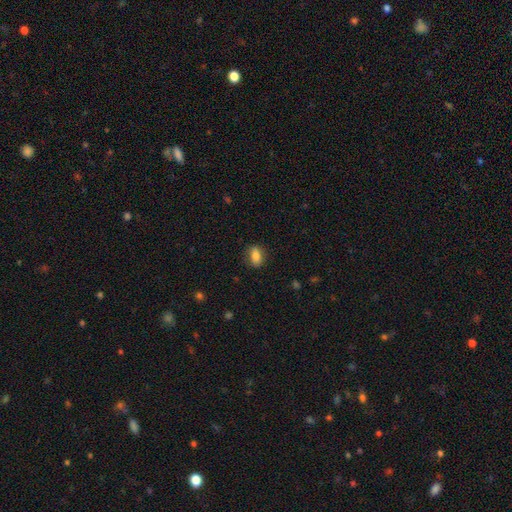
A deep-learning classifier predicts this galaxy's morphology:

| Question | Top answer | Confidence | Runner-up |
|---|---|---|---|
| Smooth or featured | smooth | 84% | featured or disk (8%) |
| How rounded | in between | 81% | round (12%) |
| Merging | none | 82% | minor disturbance (13%) |